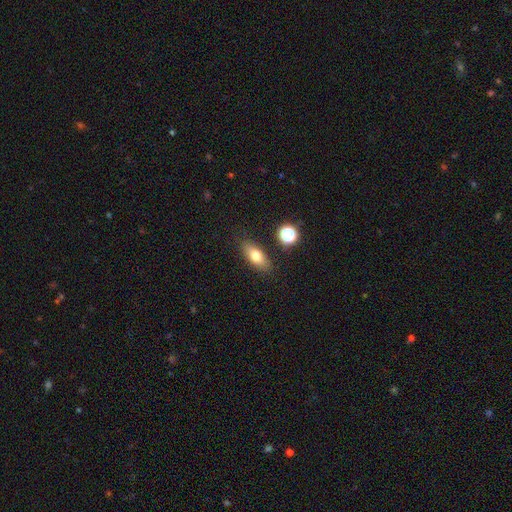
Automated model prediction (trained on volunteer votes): smooth_or_featured: smooth (p=0.75) [alt: featured or disk p=0.16]
how_rounded: in between (p=0.77) [alt: cigar-shaped p=0.16]
merging: none (p=0.83) [alt: minor disturbance p=0.11]